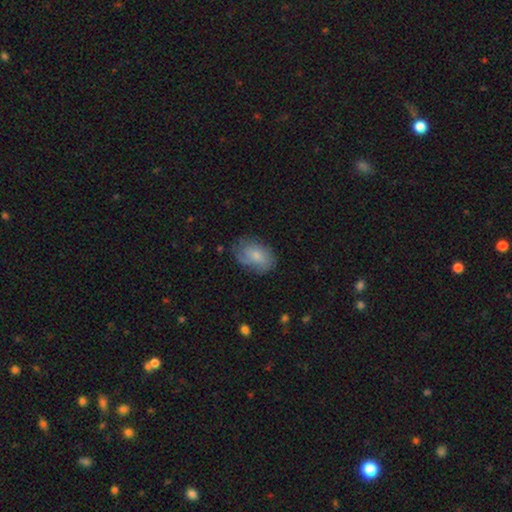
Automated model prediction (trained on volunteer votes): Smooth or featured: smooth — 66% (featured or disk — 26%)
How rounded: in between — 83% (round — 15%)
Merging: none — 59% (minor disturbance — 29%)